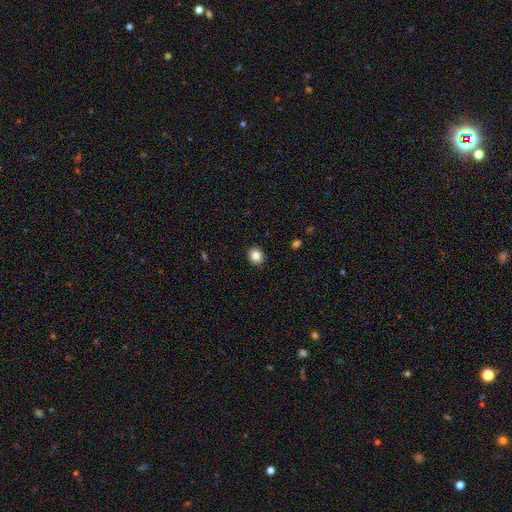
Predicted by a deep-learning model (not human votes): Smooth or featured?
  - smooth: 85% *
  - star or artifact: 10%
  - featured or disk: 5%
How rounded?
  - round: 77% *
  - in between: 23%
  - cigar-shaped: 1%
Merging?
  - none: 92% *
  - minor disturbance: 6%
  - major disturbance: 2%
  - merger: 1%